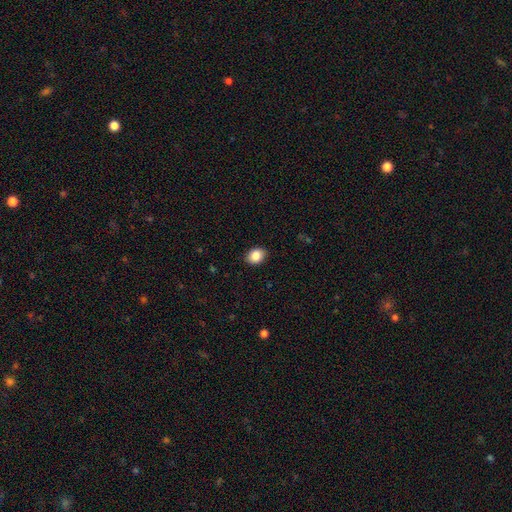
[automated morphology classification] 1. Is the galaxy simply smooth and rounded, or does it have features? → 87% smooth, 8% star or artifact, 5% featured or disk.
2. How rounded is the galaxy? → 55% in between, 44% round, 1% cigar-shaped.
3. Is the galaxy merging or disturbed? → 87% none, 10% minor disturbance, 2% major disturbance, 1% merger.